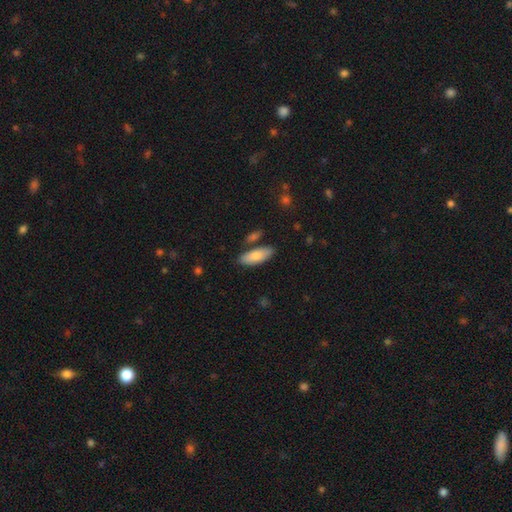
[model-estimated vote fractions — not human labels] Overall: smooth (80%). How rounded: in between (79%). Merging: none (75%).